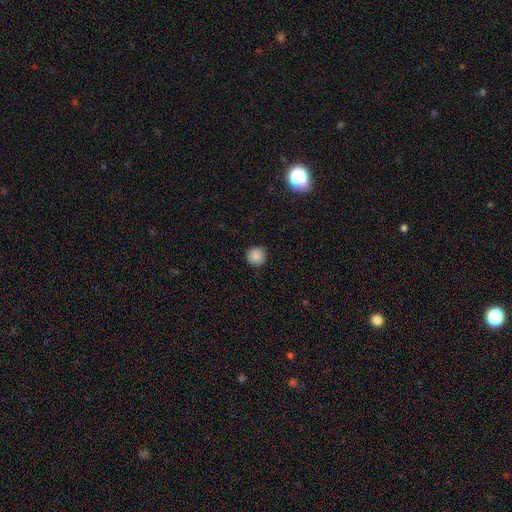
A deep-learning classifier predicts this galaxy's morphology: A smooth galaxy with no disk features (87%) that is round (95%).

Vote fractions:
- Smooth or featured? smooth: 87% / star or artifact: 10% / featured or disk: 3%
- How rounded? round: 95% / in between: 4% / cigar-shaped: 1%
- Merging? none: 91% / minor disturbance: 6% / major disturbance: 2% / merger: 1%